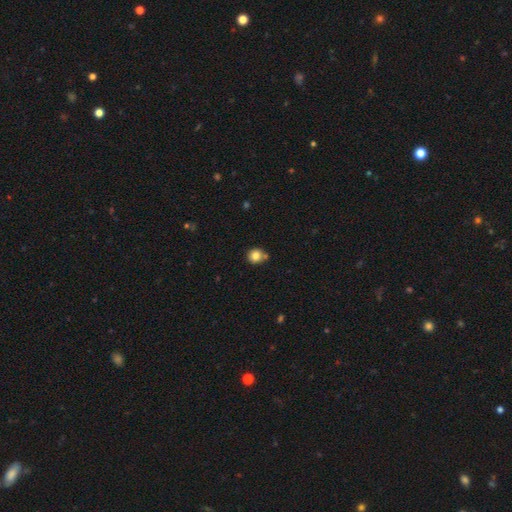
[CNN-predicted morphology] smooth 82%, star or artifact 11%, featured or disk 7%. Down the decision tree: how rounded — round (87%); merging — none (69%).